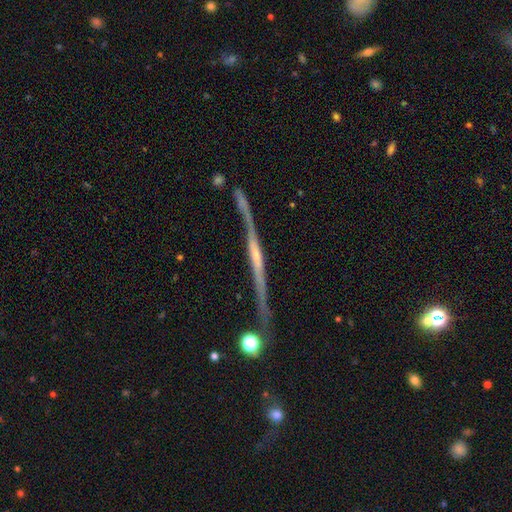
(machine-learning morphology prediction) smooth_or_featured: featured or disk (p=0.80) [alt: smooth p=0.13]
disk_edge_on: yes (p=0.94) [alt: no p=0.06]
edge_on_bulge: none (p=0.42) [alt: rounded p=0.38]
merging: none (p=0.66) [alt: minor disturbance p=0.19]